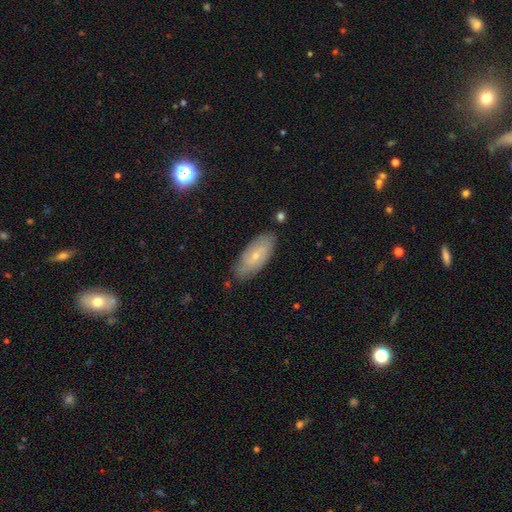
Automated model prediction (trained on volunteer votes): A featured or disk galaxy (58%) with no bar (54%), spiral arms (81%) and a small central bulge (72%).

Vote fractions:
- Smooth or featured? featured or disk: 58% / smooth: 35% / star or artifact: 7%
- Edge-on disk? no: 88% / yes: 12%
- Bar? no: 54% / weak: 38% / strong: 8%
- Spiral arms? yes: 81% / no: 19%
- Bulge size? small: 72% / moderate: 25% / none: 2% / large: 1% / dominant: 1%
- Merging? none: 80% / minor disturbance: 15% / major disturbance: 3% / merger: 2%